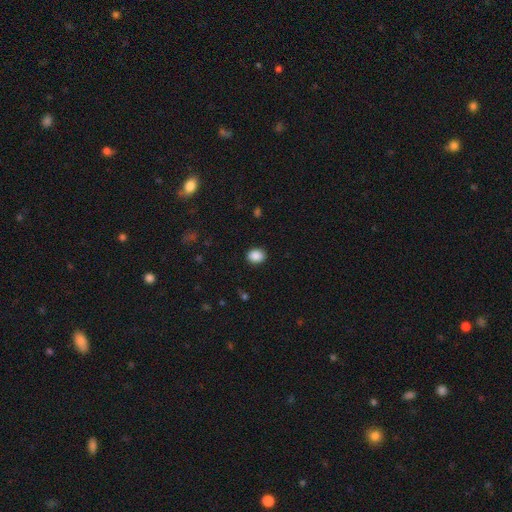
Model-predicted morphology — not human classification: type=smooth (89%); roundness=in between (50%); merging=none (89%).